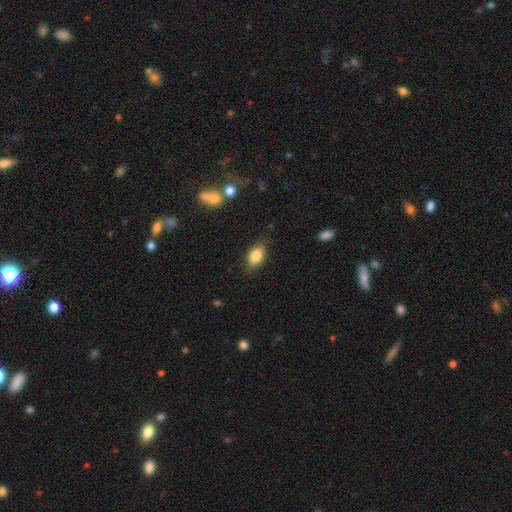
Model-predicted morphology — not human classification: Overall: smooth (83%). How rounded: in between (85%). Merging: none (81%).